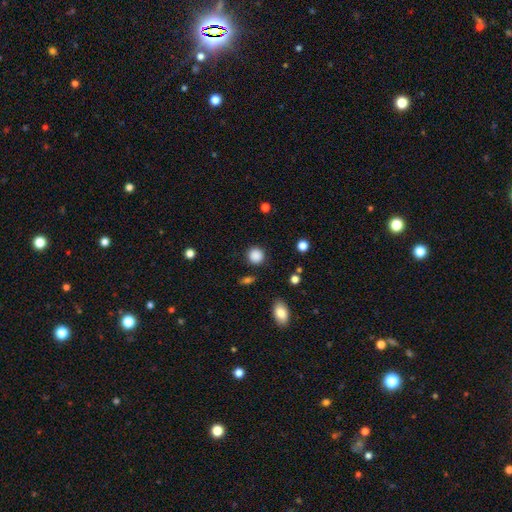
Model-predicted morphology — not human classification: Q: Smooth or featured?
A: smooth (87%); runner-up: star or artifact (10%)
Q: How rounded?
A: round (90%); runner-up: in between (9%)
Q: Merging?
A: none (87%); runner-up: minor disturbance (8%)